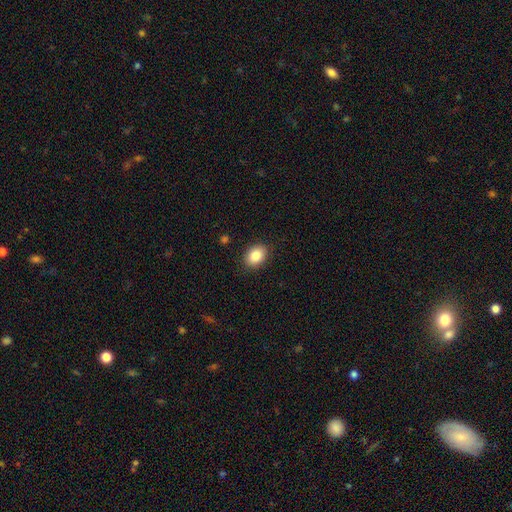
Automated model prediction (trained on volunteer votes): Smooth or featured: smooth — 86% (star or artifact — 8%)
How rounded: in between — 75% (round — 24%)
Merging: none — 88% (minor disturbance — 9%)